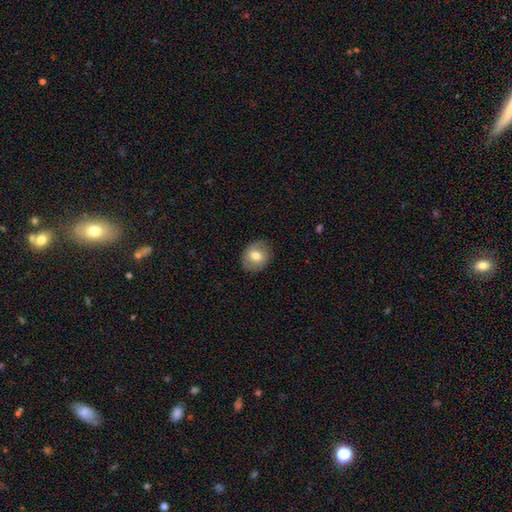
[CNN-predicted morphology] The model was most divided on "how rounded": round: 64%, in between: 35%, cigar-shaped: 1%. More confident: merging — none (84%); smooth or featured — smooth (68%).